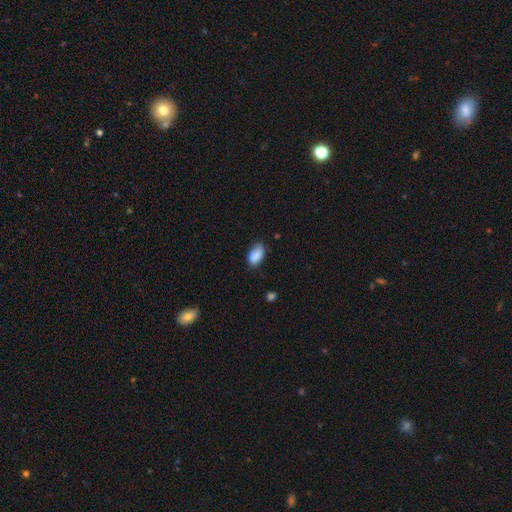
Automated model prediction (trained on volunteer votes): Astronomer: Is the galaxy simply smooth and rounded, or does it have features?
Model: smooth — 87%.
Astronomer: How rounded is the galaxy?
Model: in between — 92%.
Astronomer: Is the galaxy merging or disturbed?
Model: none — 62%.